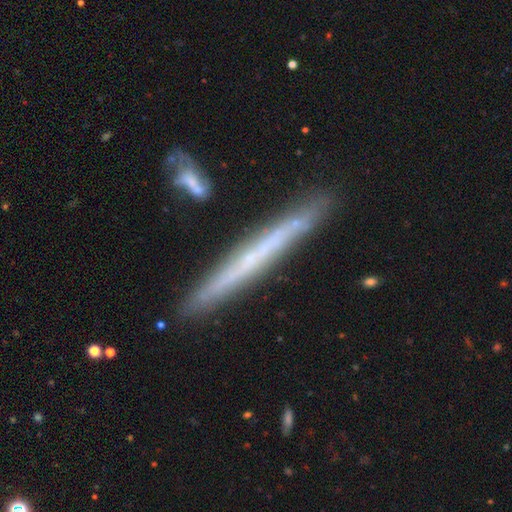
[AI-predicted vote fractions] smooth-or-featured: featured or disk: 60% | smooth: 33% | star or artifact: 7%
  disk-edge-on: yes: 93% | no: 7%
    edge-on-bulge: none: 86% | rounded: 10% | boxy: 4%
  merging: none: 86% | minor disturbance: 10% | merger: 3% | major disturbance: 2%